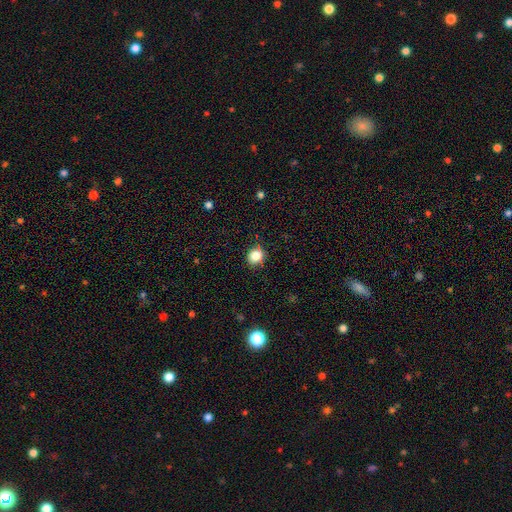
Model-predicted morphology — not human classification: Q: Smooth or featured?
A: smooth (83%); runner-up: star or artifact (11%)
Q: How rounded?
A: round (74%); runner-up: in between (25%)
Q: Merging?
A: none (84%); runner-up: minor disturbance (12%)